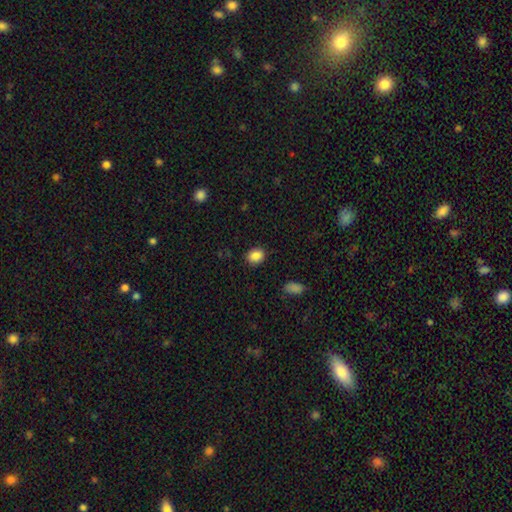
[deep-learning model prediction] This appears to be a smooth galaxy with no disk features (87%) that is in between round and cigar-shaped (54%). Merging: none (88%).